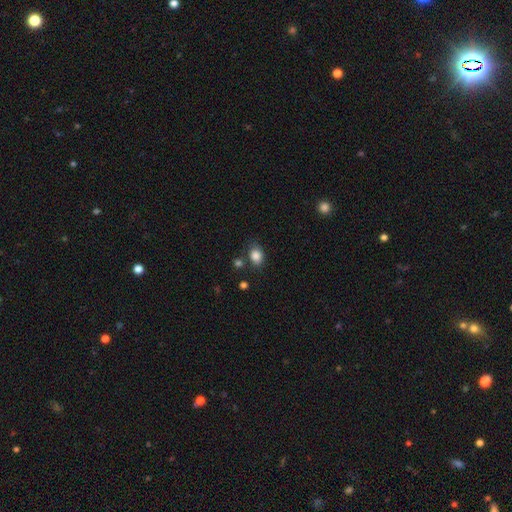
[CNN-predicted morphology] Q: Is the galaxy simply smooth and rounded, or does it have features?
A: smooth — 85%.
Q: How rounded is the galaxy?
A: in between — 67%.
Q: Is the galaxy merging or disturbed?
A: none — 72%.